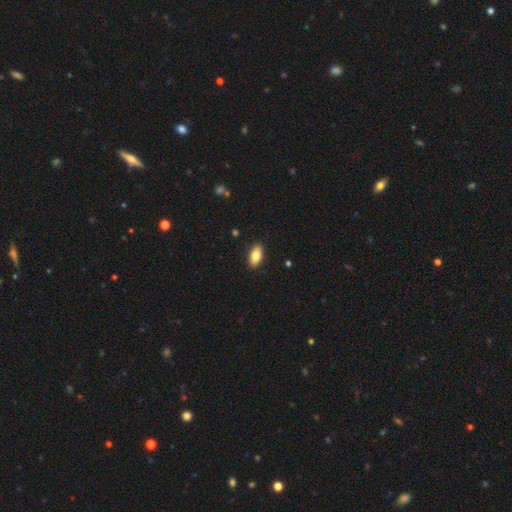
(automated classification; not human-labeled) The model was most divided on "smooth or featured": smooth: 82%, featured or disk: 11%, star or artifact: 7%. More confident: merging — none (90%); how rounded — in between (89%).